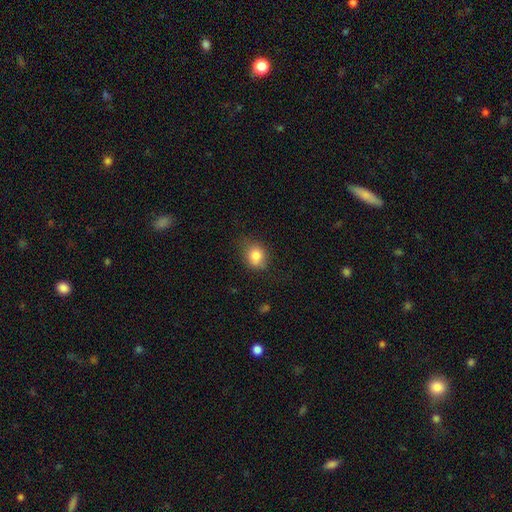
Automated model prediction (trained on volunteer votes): smooth_or_featured: smooth (p=0.80) [alt: star or artifact p=0.10]
how_rounded: round (p=0.62) [alt: in between p=0.37]
merging: none (p=0.63) [alt: minor disturbance p=0.27]